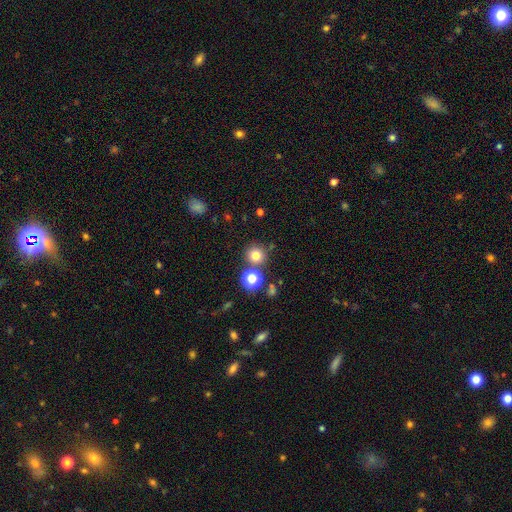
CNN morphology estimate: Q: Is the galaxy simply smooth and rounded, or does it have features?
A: smooth — 77%.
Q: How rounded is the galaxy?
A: round — 92%.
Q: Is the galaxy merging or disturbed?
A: none — 78%.